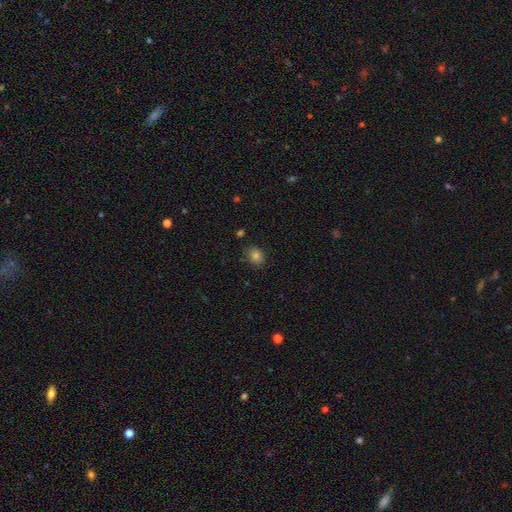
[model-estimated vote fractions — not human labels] This is clearly a smooth galaxy (82%). How rounded: possibly round (52%). Merging: clearly none (83%).